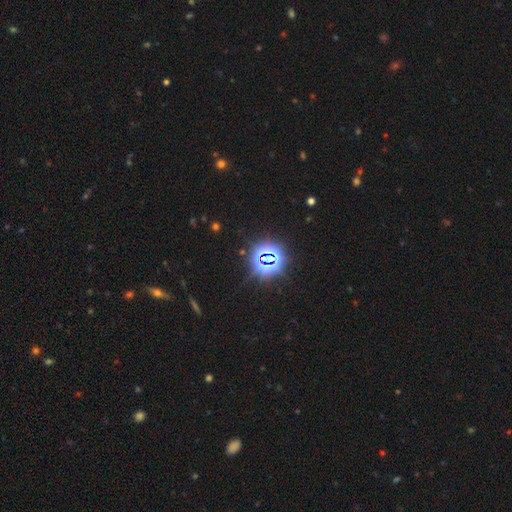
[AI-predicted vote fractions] smooth_or_featured: star or artifact (p=0.81) [alt: smooth p=0.12]